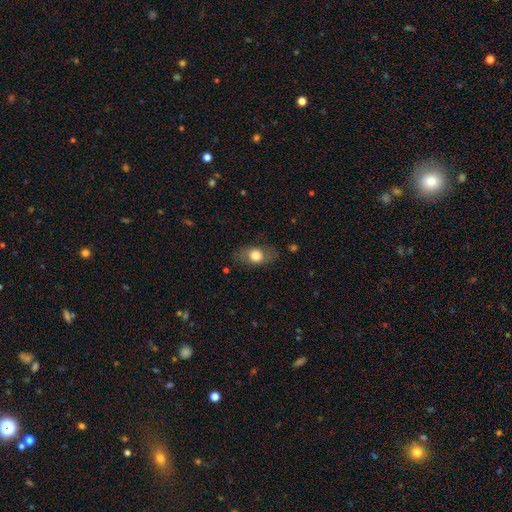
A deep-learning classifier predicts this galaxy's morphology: type=smooth (71%); roundness=in between (75%); merging=none (75%).